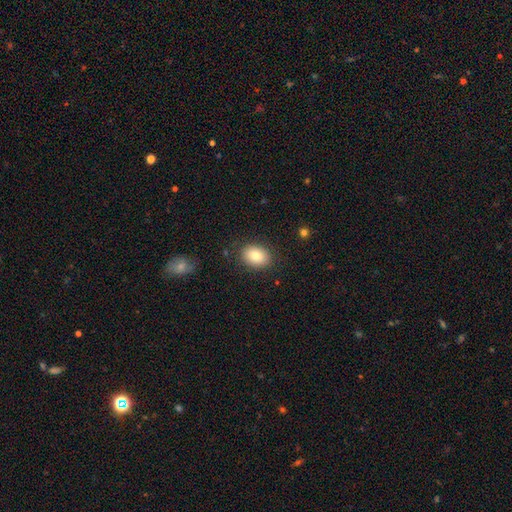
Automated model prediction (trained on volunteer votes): Morphology: type=smooth (80%); roundness=in between (68%); merging=none (86%).